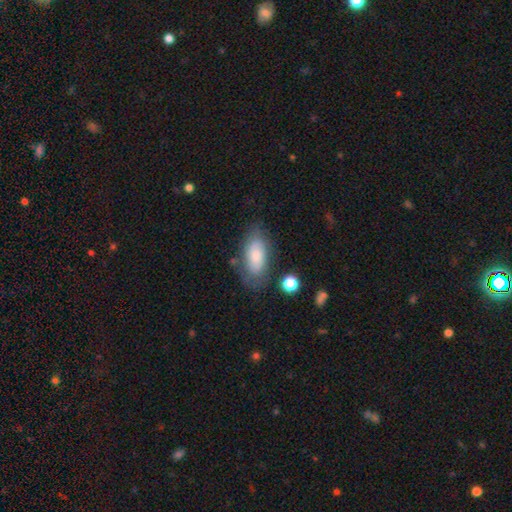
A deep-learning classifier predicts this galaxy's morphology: Smooth or featured: smooth — 63% (featured or disk — 29%)
How rounded: in between — 89% (cigar-shaped — 7%)
Merging: none — 69% (minor disturbance — 20%)